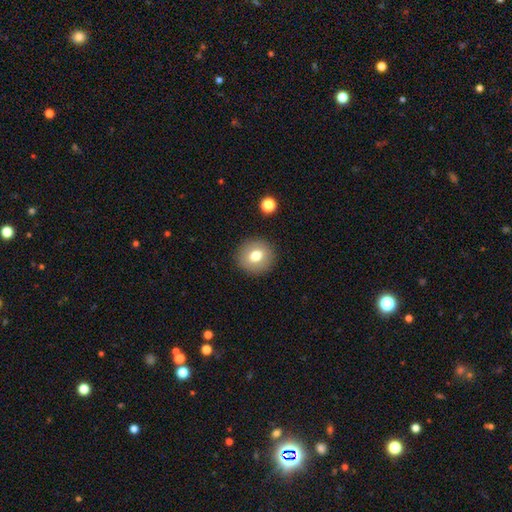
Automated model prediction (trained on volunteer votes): A smooth galaxy with no disk features (75%) that is round (87%). Merging: none (90%).